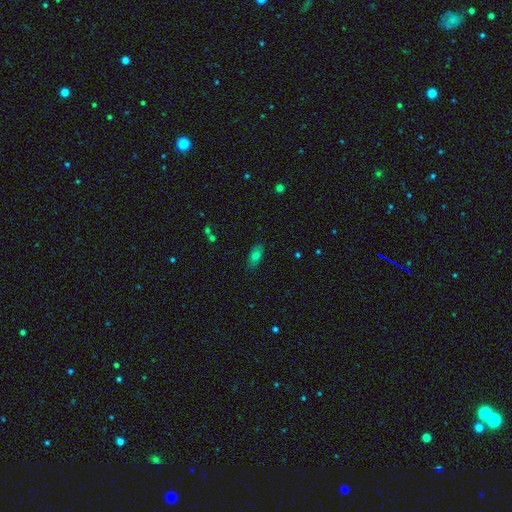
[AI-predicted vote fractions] Smooth or featured? smooth (70%)
How rounded? in between (82%)
Merging? none (82%)